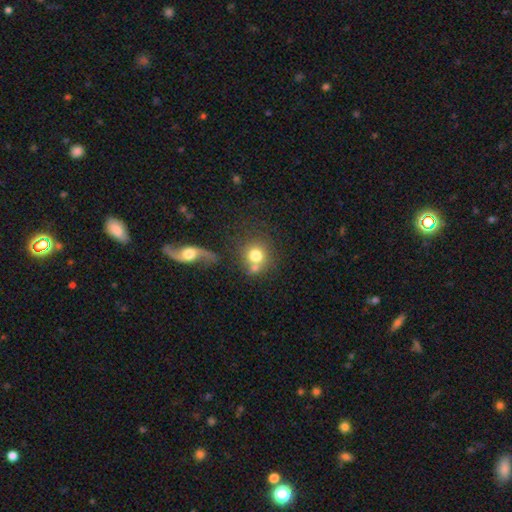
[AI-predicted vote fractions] smooth_or_featured: smooth (p=0.74) [alt: featured or disk p=0.16]
how_rounded: round (p=0.86) [alt: in between p=0.12]
merging: none (p=0.47) [alt: merger p=0.32]